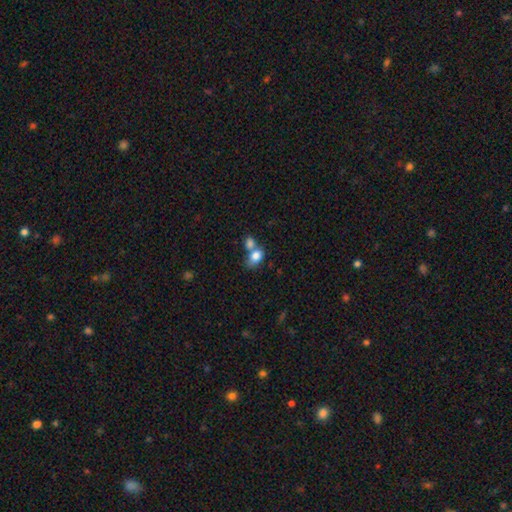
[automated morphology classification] smooth_or_featured: smooth (p=0.81) [alt: featured or disk p=0.10]
how_rounded: in between (p=0.76) [alt: round p=0.22]
merging: merger (p=0.55) [alt: none p=0.31]